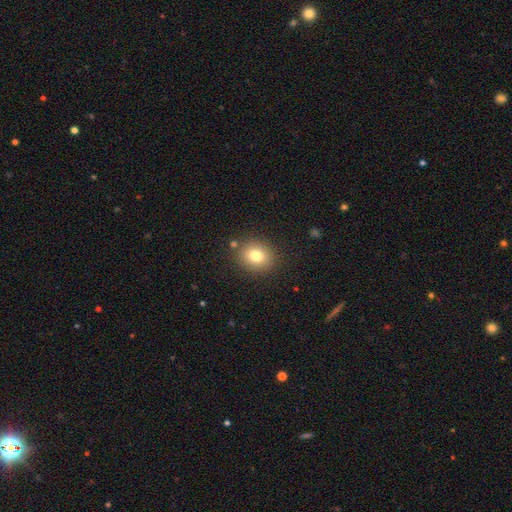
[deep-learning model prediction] Morphology: type=smooth (78%); roundness=round (69%); merging=none (85%).